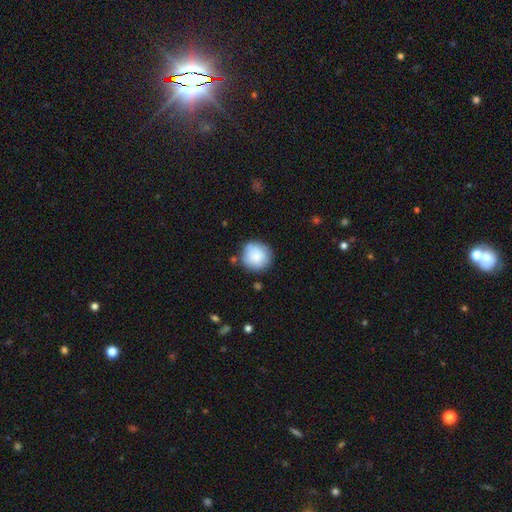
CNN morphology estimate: smooth_or_featured: smooth (p=0.84) [alt: featured or disk p=0.08]
how_rounded: round (p=0.91) [alt: in between p=0.08]
merging: none (p=0.74) [alt: minor disturbance p=0.17]